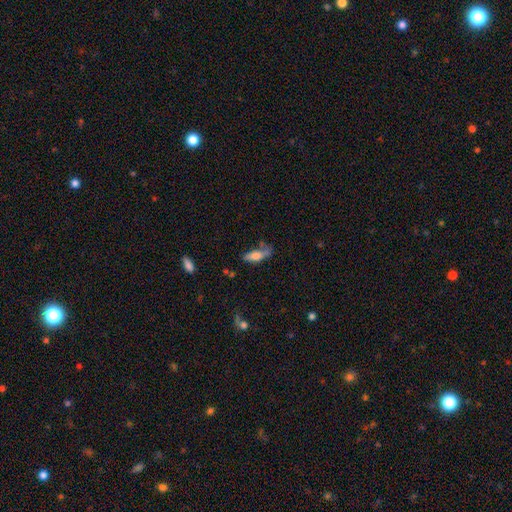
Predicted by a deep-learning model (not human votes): Q: Smooth or featured?
A: smooth (71%); runner-up: featured or disk (22%)
Q: How rounded?
A: in between (60%); runner-up: cigar-shaped (38%)
Q: Merging?
A: none (47%); runner-up: minor disturbance (30%)